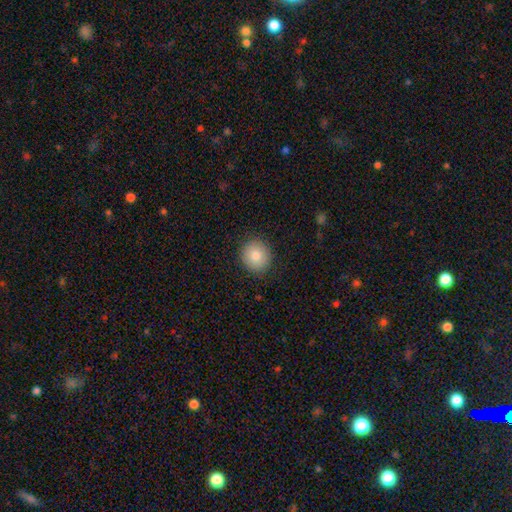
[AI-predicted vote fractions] A smooth galaxy with no disk features (84%) that is round (87%).

Vote fractions:
- Smooth or featured? smooth: 84% / star or artifact: 8% / featured or disk: 7%
- How rounded? round: 87% / in between: 12% / cigar-shaped: 1%
- Merging? none: 90% / minor disturbance: 7% / major disturbance: 2% / merger: 1%